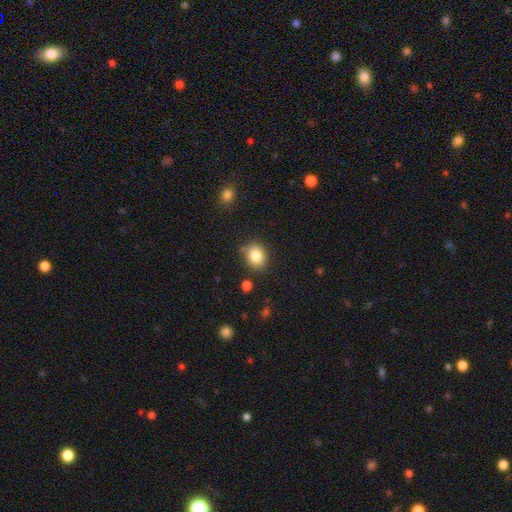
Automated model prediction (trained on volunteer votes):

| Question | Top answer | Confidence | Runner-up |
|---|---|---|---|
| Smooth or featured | smooth | 84% | star or artifact (10%) |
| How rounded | round | 58% | in between (41%) |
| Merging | none | 82% | minor disturbance (12%) |